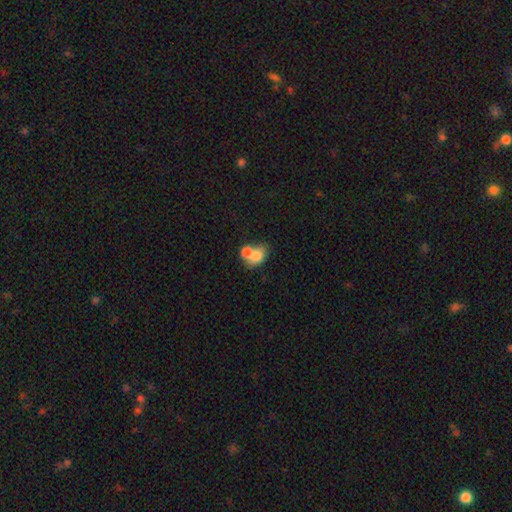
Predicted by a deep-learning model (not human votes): Smooth or featured? Predicted: smooth (p=0.73). How rounded? Predicted: in between (p=0.65). Merging? Predicted: merger (p=0.64).